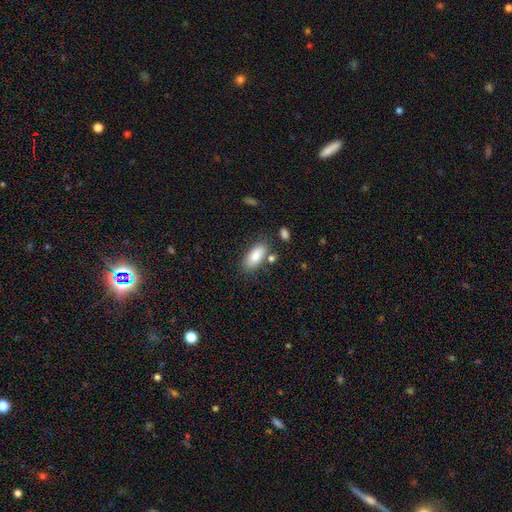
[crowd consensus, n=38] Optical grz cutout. It shows a smooth galaxy with no disk features (87%) that is in between round and cigar-shaped (91%). Merging: none (83%).